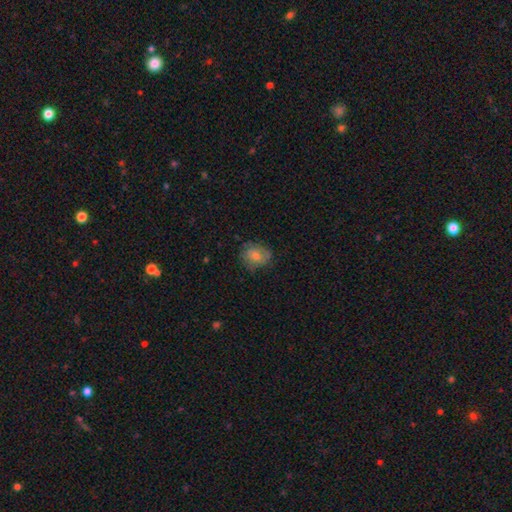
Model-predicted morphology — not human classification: This appears to be a smooth galaxy with no disk features (58%) that is round (65%). Merging: none (74%).